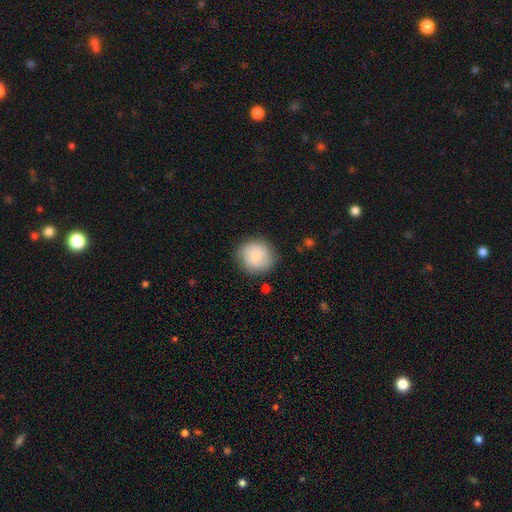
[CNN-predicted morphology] Smooth or featured?
  - smooth: 77% *
  - featured or disk: 16%
  - star or artifact: 7%
How rounded?
  - round: 92% *
  - in between: 7%
  - cigar-shaped: 1%
Merging?
  - none: 84% *
  - minor disturbance: 11%
  - major disturbance: 3%
  - merger: 1%